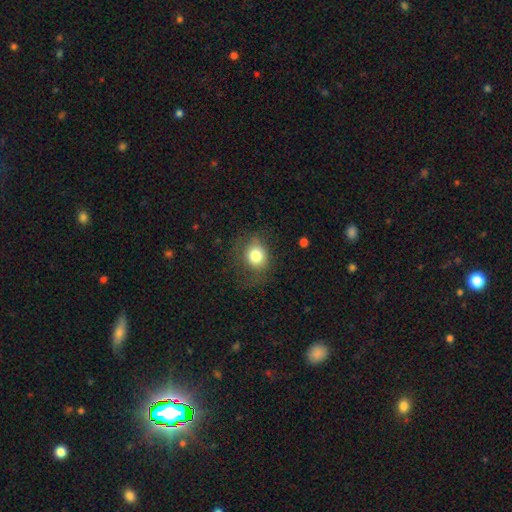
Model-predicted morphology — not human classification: The model was most divided on "merging": none: 60%, minor disturbance: 23%, major disturbance: 15%, merger: 2%. More confident: smooth or featured — smooth (78%); how rounded — round (71%).